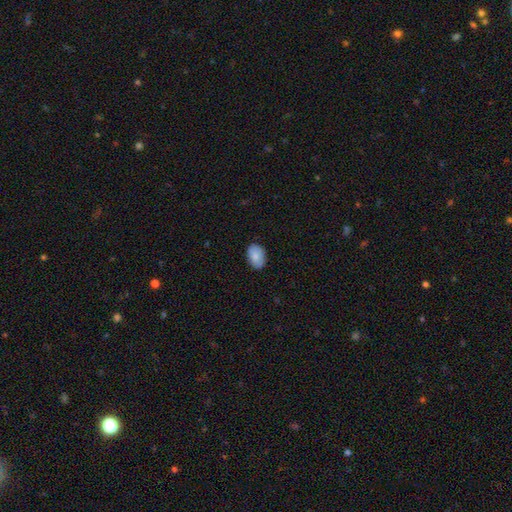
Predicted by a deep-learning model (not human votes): Morphology: type=smooth (84%); roundness=in between (86%); merging=none (85%).